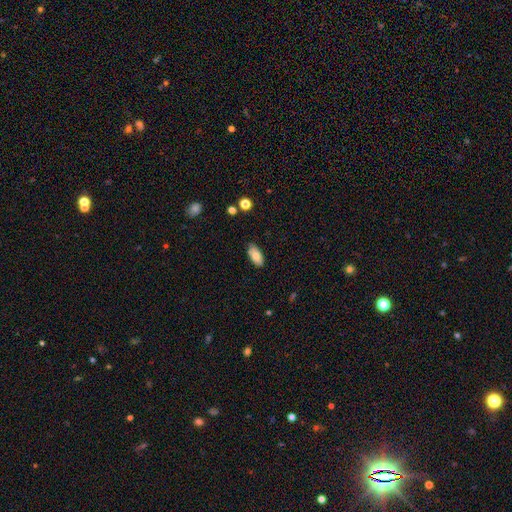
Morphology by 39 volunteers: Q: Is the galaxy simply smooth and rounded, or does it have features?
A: smooth — 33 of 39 (85%).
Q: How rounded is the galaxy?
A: in between — 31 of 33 (94%).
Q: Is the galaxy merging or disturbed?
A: none — 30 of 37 (81%).